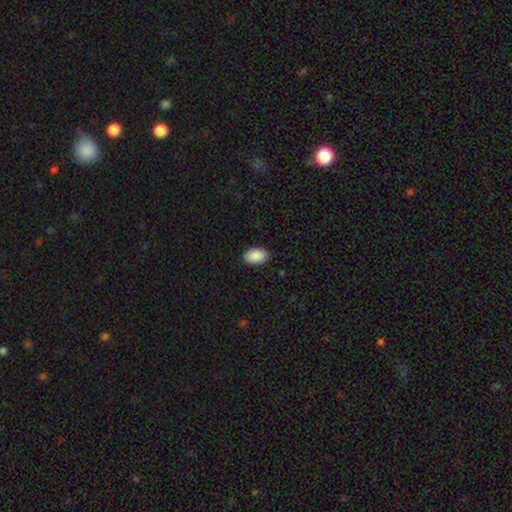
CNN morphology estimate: smooth-or-featured: smooth: 90% | star or artifact: 6% | featured or disk: 3%
  how-rounded: in between: 93% | round: 6% | cigar-shaped: 1%
  merging: none: 89% | minor disturbance: 8% | major disturbance: 2% | merger: 1%